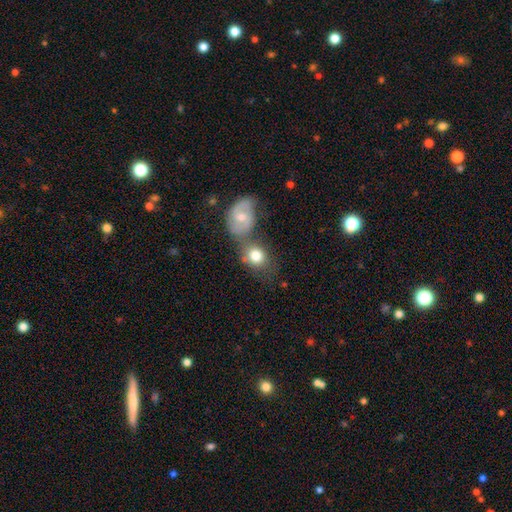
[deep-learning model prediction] smooth-or-featured: smooth: 75% | featured or disk: 18% | star or artifact: 7%
  how-rounded: round: 57% | in between: 41% | cigar-shaped: 1%
  merging: merger: 42% | none: 40% | minor disturbance: 13% | major disturbance: 6%